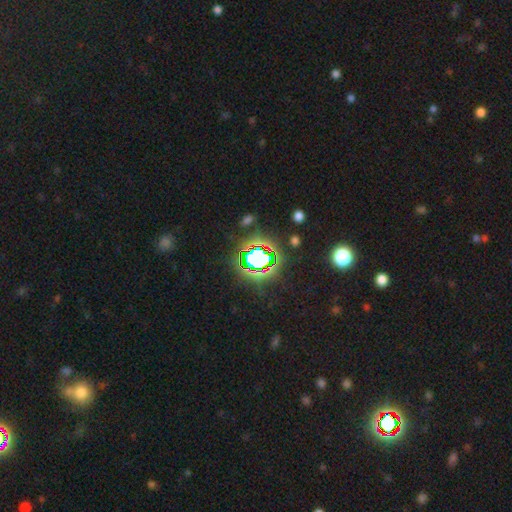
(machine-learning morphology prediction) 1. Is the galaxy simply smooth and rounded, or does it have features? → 76% star or artifact, 14% smooth, 10% featured or disk.